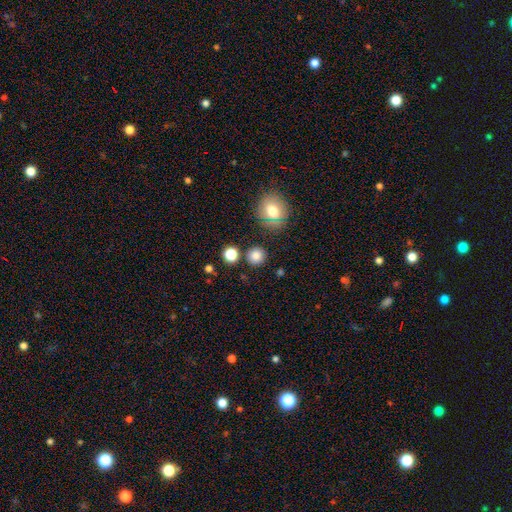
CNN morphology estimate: Smooth or featured: smooth — 80% (star or artifact — 15%)
How rounded: round — 92% (in between — 7%)
Merging: none — 86% (minor disturbance — 7%)